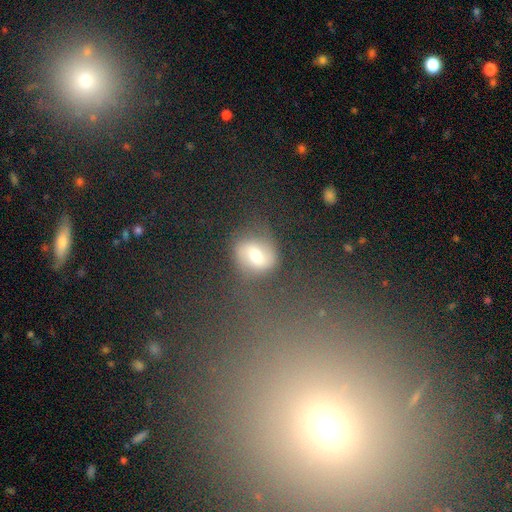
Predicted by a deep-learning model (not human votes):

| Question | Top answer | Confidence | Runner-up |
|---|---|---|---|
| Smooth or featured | smooth | 53% | featured or disk (31%) |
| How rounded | round | 56% | in between (41%) |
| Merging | none | 66% | minor disturbance (18%) |